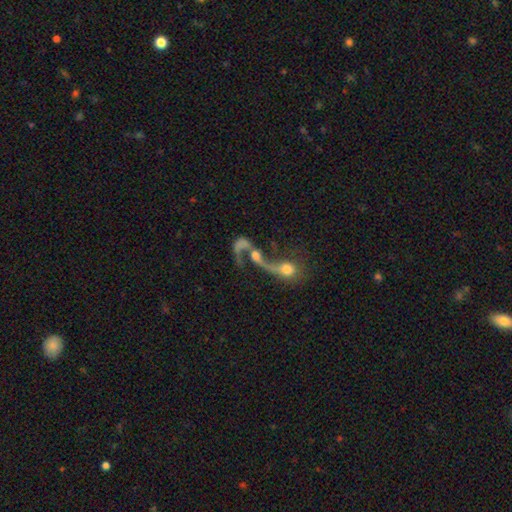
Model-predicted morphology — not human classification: Overall: featured or disk (65%). Edge-on disk: no (94%). Bar: no (66%). Spiral arms: yes (71%). Bulge size: moderate (38%; small 26%). Merging: merger (63%).